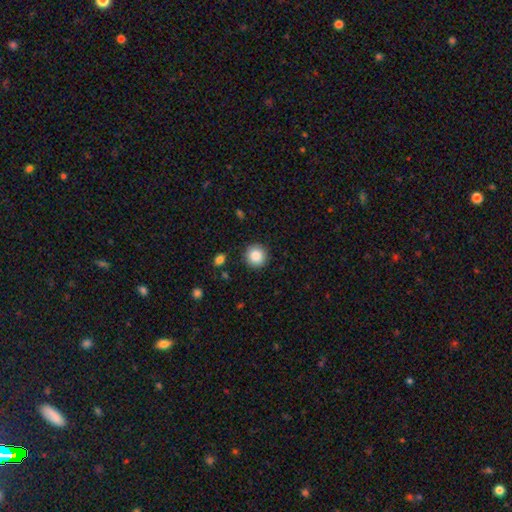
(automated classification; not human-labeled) smooth 85%, star or artifact 9%, featured or disk 6%. Down the decision tree: how rounded — round (94%); merging — none (91%).